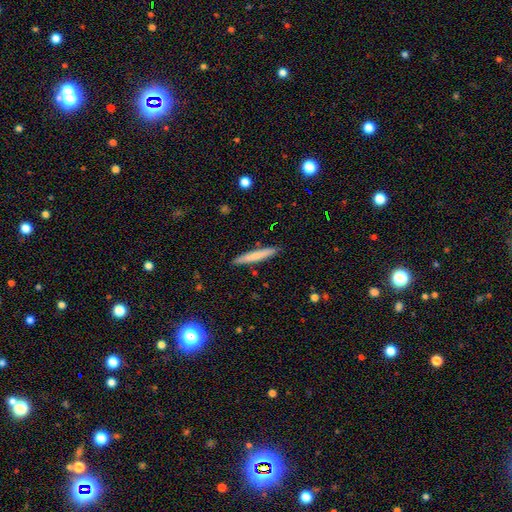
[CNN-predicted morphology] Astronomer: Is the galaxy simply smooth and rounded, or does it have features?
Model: smooth — 70%.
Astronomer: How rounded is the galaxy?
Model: cigar-shaped — 95%.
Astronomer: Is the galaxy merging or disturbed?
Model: none — 90%.